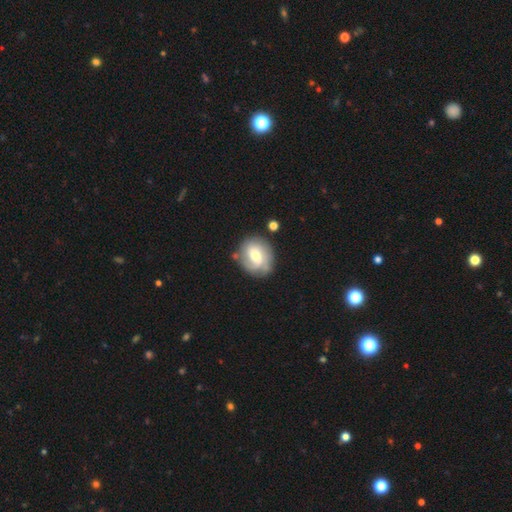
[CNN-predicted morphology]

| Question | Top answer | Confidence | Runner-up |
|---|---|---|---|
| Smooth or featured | featured or disk | 58% | smooth (35%) |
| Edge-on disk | no | 97% | yes (3%) |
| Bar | weak | 47% | no (41%) |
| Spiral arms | yes | 83% | no (17%) |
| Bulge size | moderate | 64% | small (25%) |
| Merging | none | 70% | minor disturbance (19%) |